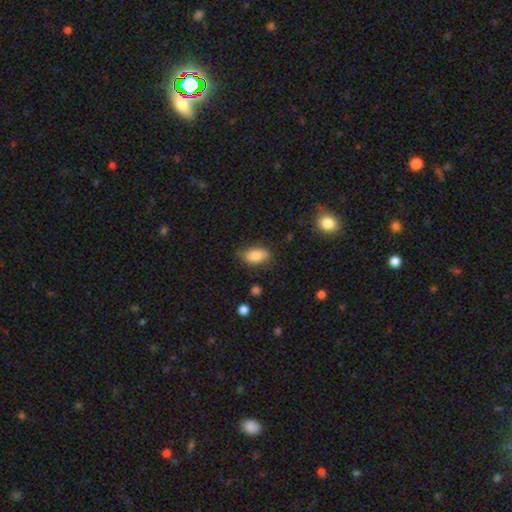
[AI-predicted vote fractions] This is clearly a smooth galaxy (83%). How rounded: clearly in between (90%). Merging: likely none (76%).